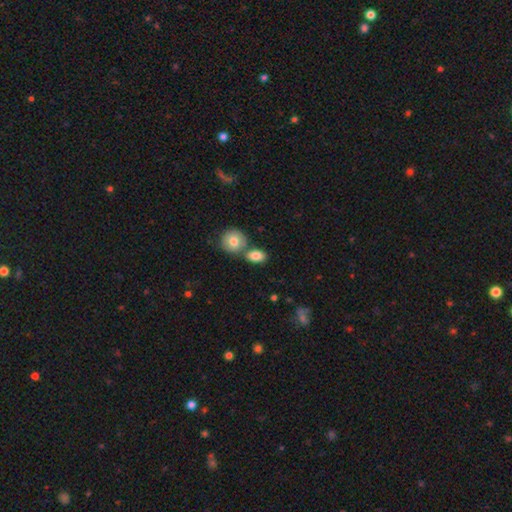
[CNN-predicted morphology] This is clearly a smooth galaxy (84%). How rounded: likely in between (79%). Merging: possibly none (53%).